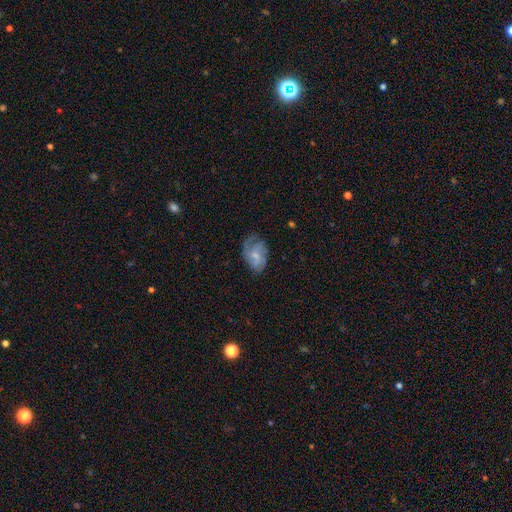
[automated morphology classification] smooth-or-featured: featured or disk: 62% | smooth: 30% | star or artifact: 8%
  disk-edge-on: no: 97% | yes: 3%
    bar: no: 64% | weak: 31% | strong: 4%
    has-spiral-arms: yes: 84% | no: 16%
      spiral-winding: medium: 44% | tight: 33% | loose: 23%
      spiral-arm-count: can't tell: 34% | 3: 26% | 2: 20% | 4: 10% | 1: 6% | more than 4: 5%
    bulge-size: small: 55% | moderate: 32% | none: 10% | large: 2% | dominant: 1%
  merging: none: 57% | minor disturbance: 26% | major disturbance: 16% | merger: 2%